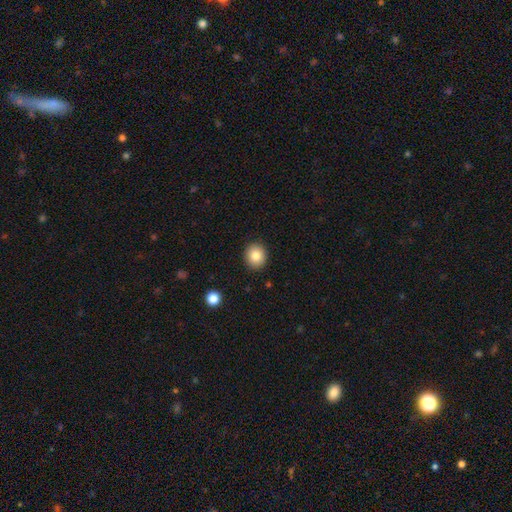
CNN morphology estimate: The model was most divided on "how rounded": round: 80%, in between: 19%, cigar-shaped: 1%. More confident: merging — none (91%); smooth or featured — smooth (83%).